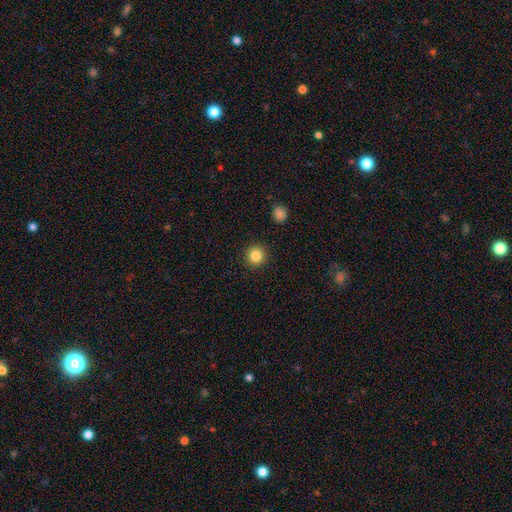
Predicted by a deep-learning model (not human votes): Q: Smooth or featured?
A: smooth (85%); runner-up: star or artifact (10%)
Q: How rounded?
A: round (94%); runner-up: in between (5%)
Q: Merging?
A: none (92%); runner-up: minor disturbance (5%)